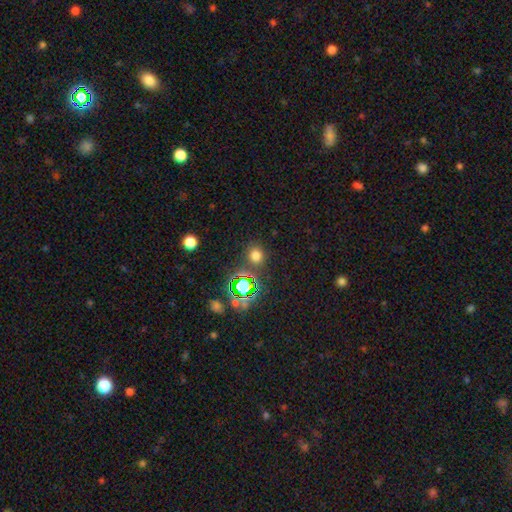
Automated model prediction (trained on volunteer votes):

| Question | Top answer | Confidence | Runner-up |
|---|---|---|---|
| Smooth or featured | smooth | 68% | star or artifact (27%) |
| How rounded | round | 81% | in between (18%) |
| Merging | none | 83% | minor disturbance (9%) |